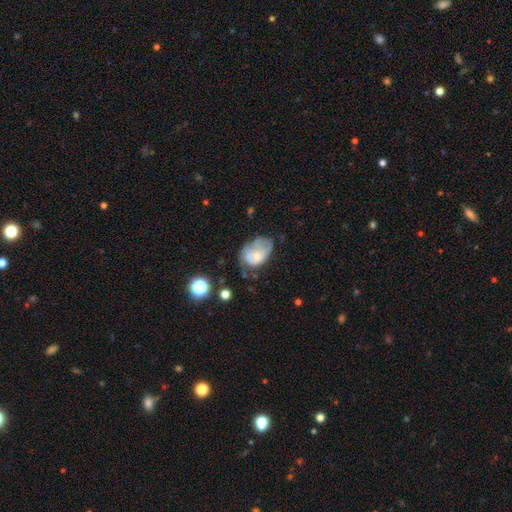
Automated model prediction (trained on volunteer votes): Smooth or featured: featured or disk — 47% (smooth — 44%)
Merging: minor disturbance — 34% (none — 32%)